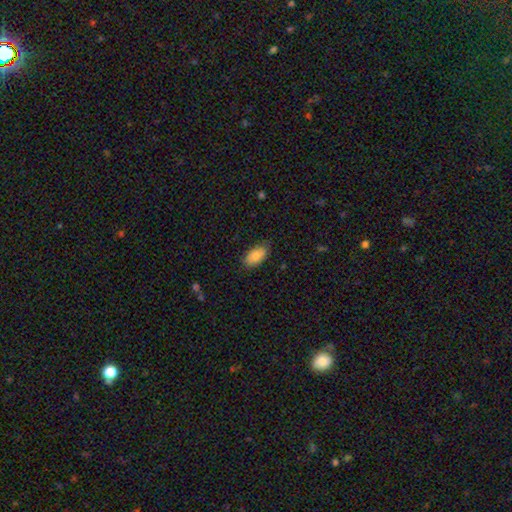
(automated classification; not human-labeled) The model was most divided on "merging": none: 81%, minor disturbance: 15%, major disturbance: 3%, merger: 1%. More confident: how rounded — in between (94%); smooth or featured — smooth (82%).